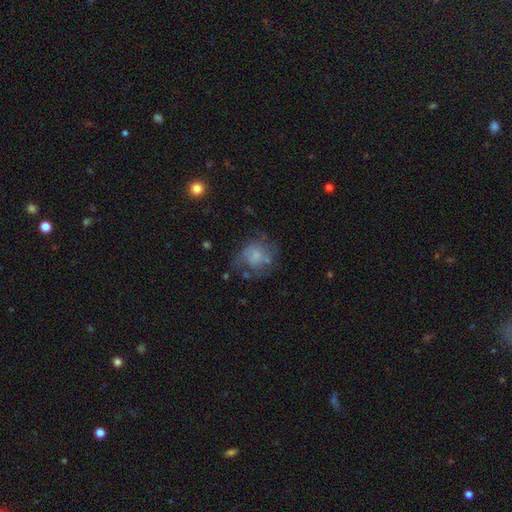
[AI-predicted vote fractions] featured or disk 45%, smooth 44%, star or artifact 11%. Down the decision tree: merging — none (44%).